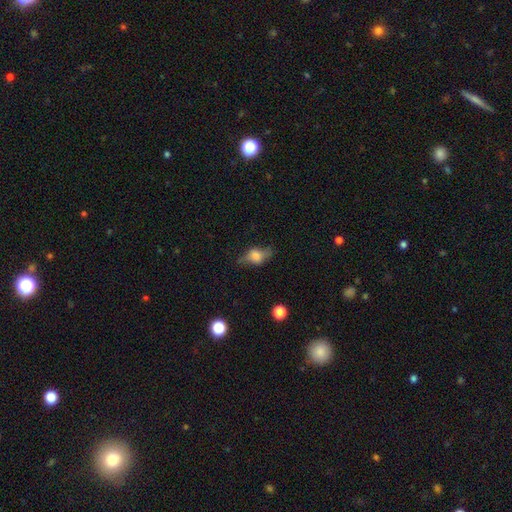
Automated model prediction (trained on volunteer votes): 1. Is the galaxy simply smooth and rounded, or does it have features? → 51% smooth, 39% featured or disk, 10% star or artifact.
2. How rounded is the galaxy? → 71% in between, 20% round, 10% cigar-shaped.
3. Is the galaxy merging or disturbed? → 62% none, 25% minor disturbance, 12% major disturbance, 2% merger.